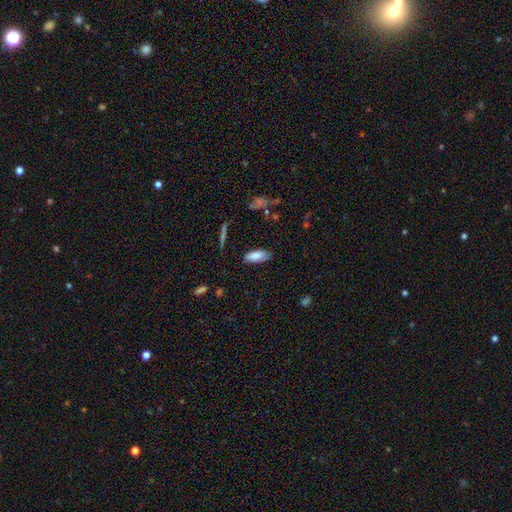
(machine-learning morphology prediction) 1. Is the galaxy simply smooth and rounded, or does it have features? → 85% smooth, 7% featured or disk, 7% star or artifact.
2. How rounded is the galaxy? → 80% in between, 19% cigar-shaped, 2% round.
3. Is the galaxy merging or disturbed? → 78% none, 17% minor disturbance, 3% major disturbance, 2% merger.